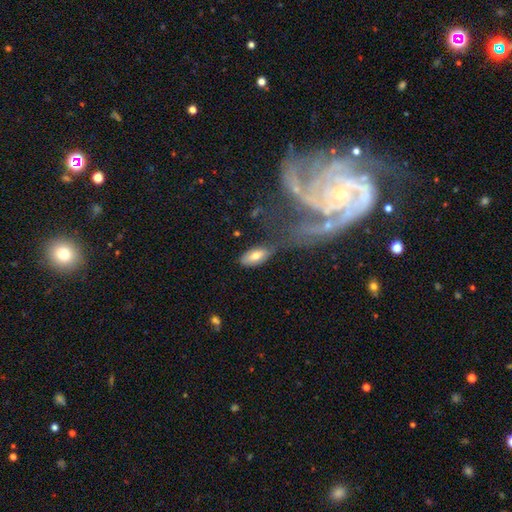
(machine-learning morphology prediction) smooth-or-featured: smooth: 70% | featured or disk: 23% | star or artifact: 7%
  how-rounded: in between: 88% | cigar-shaped: 9% | round: 3%
  merging: none: 64% | minor disturbance: 21% | merger: 7% | major disturbance: 7%